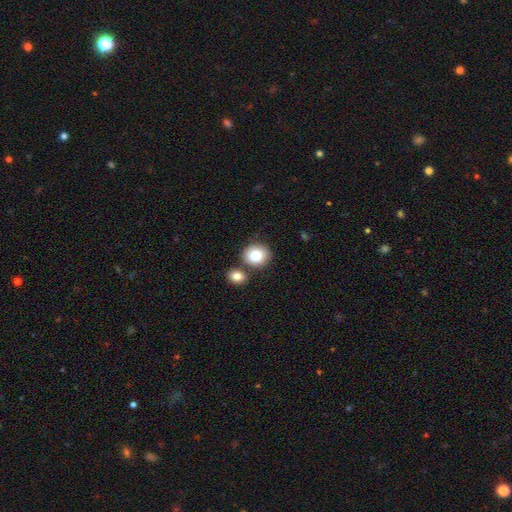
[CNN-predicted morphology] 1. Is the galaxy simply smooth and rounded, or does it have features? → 81% smooth, 10% featured or disk, 9% star or artifact.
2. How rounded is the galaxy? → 80% round, 19% in between, 1% cigar-shaped.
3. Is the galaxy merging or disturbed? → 73% none, 16% merger, 8% minor disturbance, 3% major disturbance.